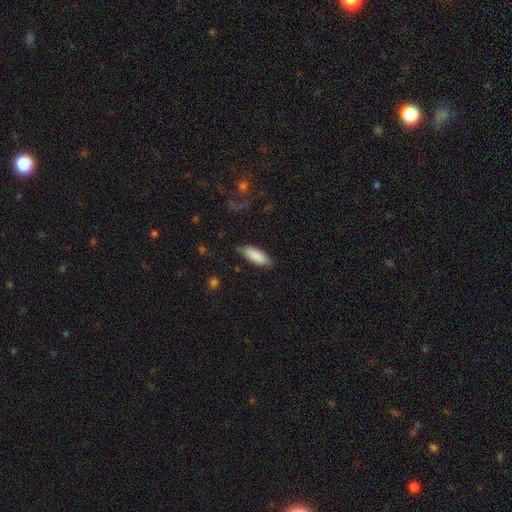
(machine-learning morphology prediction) Q: Smooth or featured?
A: smooth (88%); runner-up: featured or disk (6%)
Q: How rounded?
A: in between (75%); runner-up: cigar-shaped (23%)
Q: Merging?
A: none (78%); runner-up: minor disturbance (17%)